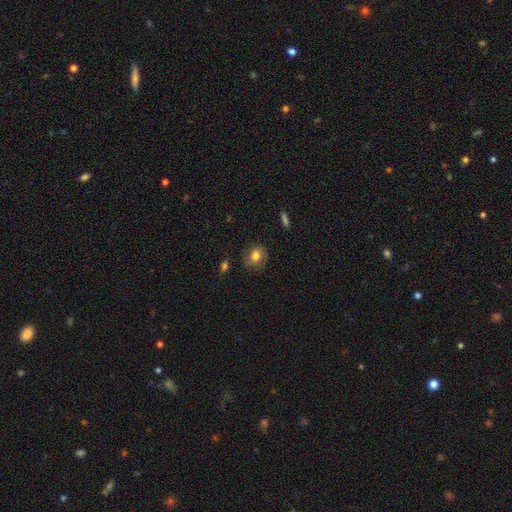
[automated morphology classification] Smooth or featured: smooth — 70% (featured or disk — 20%)
How rounded: round — 59% (in between — 40%)
Merging: none — 77% (minor disturbance — 16%)